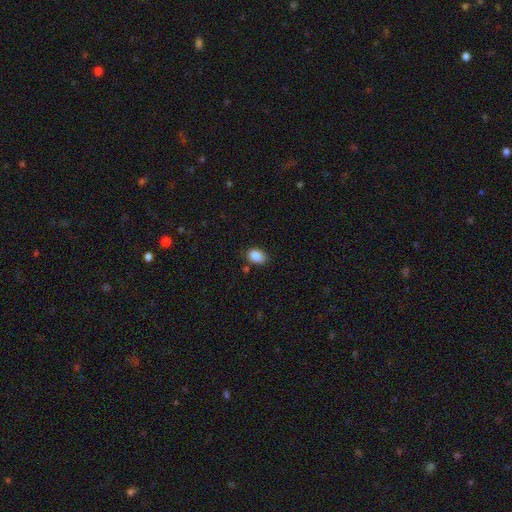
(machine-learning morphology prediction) A smooth galaxy with no disk features (88%) that is in between round and cigar-shaped (81%).

Vote fractions:
- Smooth or featured? smooth: 88% / star or artifact: 8% / featured or disk: 4%
- How rounded? in between: 81% / round: 18% / cigar-shaped: 1%
- Merging? none: 79% / minor disturbance: 15% / merger: 3% / major disturbance: 3%